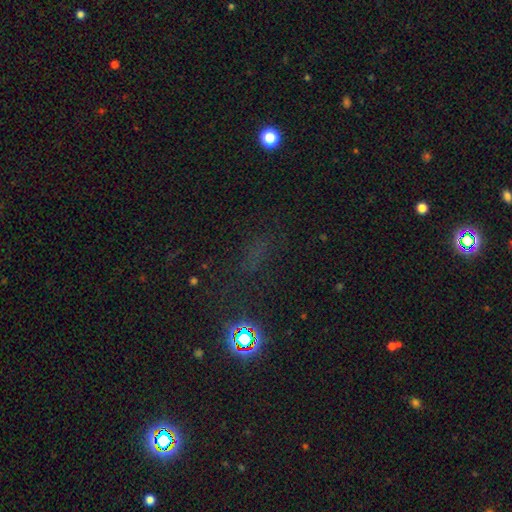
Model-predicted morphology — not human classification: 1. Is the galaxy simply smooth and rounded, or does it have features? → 58% star or artifact, 31% smooth, 11% featured or disk.